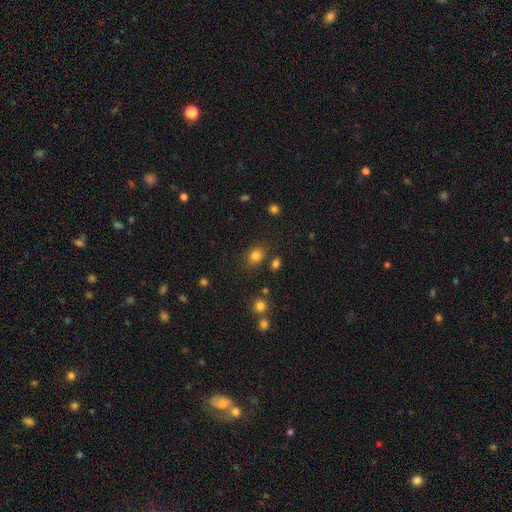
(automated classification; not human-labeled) Smooth or featured? smooth (81%)
How rounded? in between (51%)
Merging? none (78%)